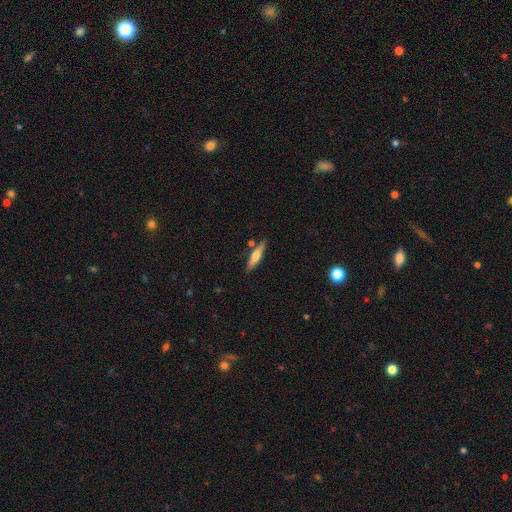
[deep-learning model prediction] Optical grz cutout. It shows a smooth galaxy with no disk features (54%) that is cigar-shaped (78%). Merging: none (79%).